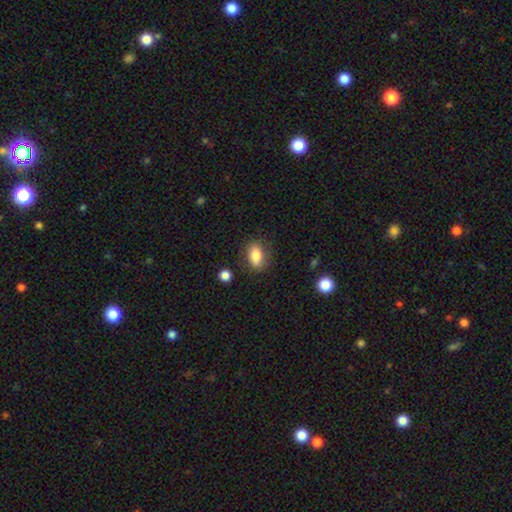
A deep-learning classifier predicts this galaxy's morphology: Overall: smooth (79%). How rounded: in between (83%). Merging: none (80%).